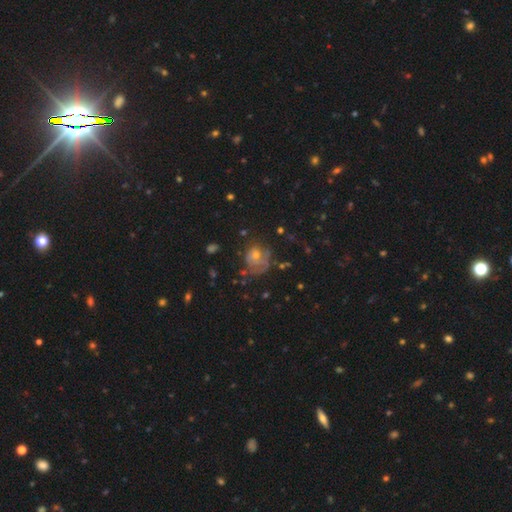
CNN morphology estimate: smooth-or-featured: featured or disk: 47% | smooth: 40% | star or artifact: 13%
  merging: none: 40% | major disturbance: 32% | minor disturbance: 24% | merger: 5%